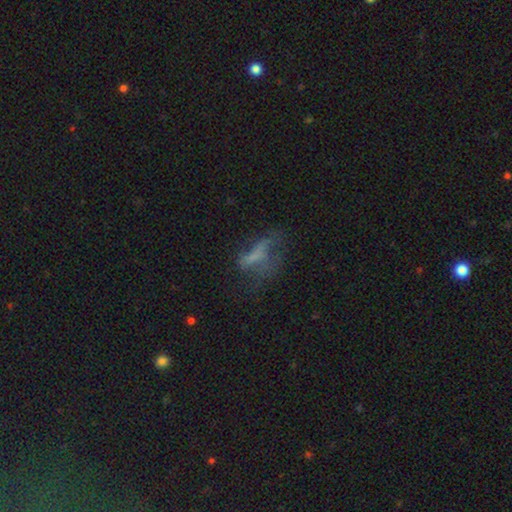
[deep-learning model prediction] Smooth or featured? Predicted: smooth (p=0.40). Merging? Predicted: major disturbance (p=0.45).